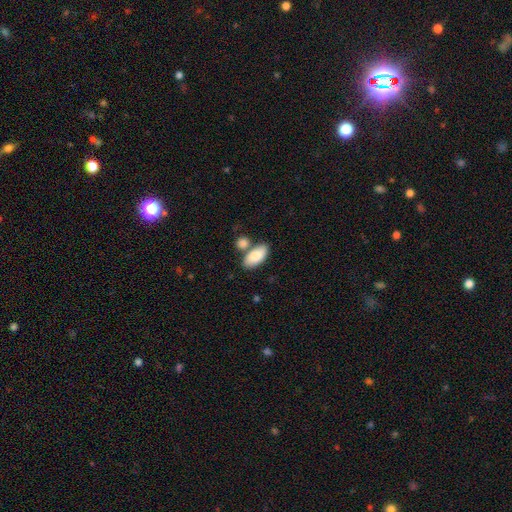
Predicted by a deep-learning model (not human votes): A smooth galaxy with no disk features (84%) that is in between round and cigar-shaped (92%).

Vote fractions:
- Smooth or featured? smooth: 84% / featured or disk: 10% / star or artifact: 6%
- How rounded? in between: 92% / cigar-shaped: 6% / round: 3%
- Merging? none: 59% / merger: 24% / minor disturbance: 13% / major disturbance: 4%